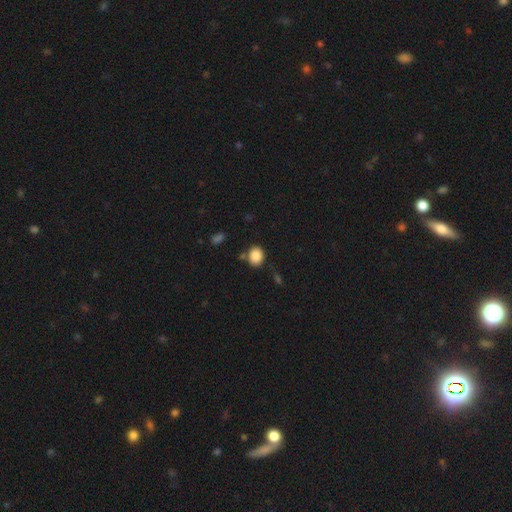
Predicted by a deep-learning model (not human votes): Smooth or featured?
  - smooth: 87% *
  - star or artifact: 9%
  - featured or disk: 4%
How rounded?
  - round: 53% *
  - in between: 46%
  - cigar-shaped: 1%
Merging?
  - none: 74% *
  - minor disturbance: 14%
  - merger: 7%
  - major disturbance: 4%